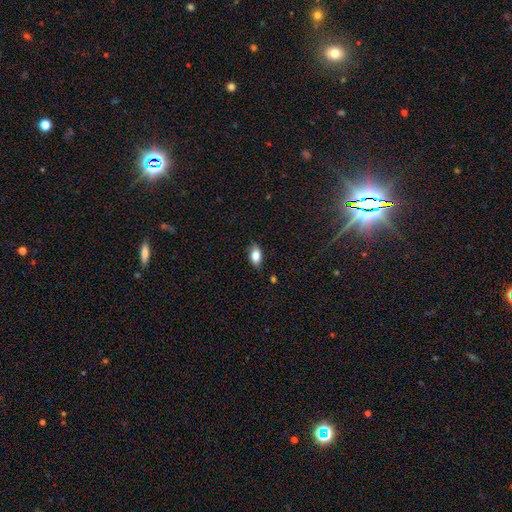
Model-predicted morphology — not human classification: smooth-or-featured: smooth: 79% | featured or disk: 13% | star or artifact: 8%
  how-rounded: in between: 88% | round: 6% | cigar-shaped: 6%
  merging: none: 81% | minor disturbance: 15% | major disturbance: 3% | merger: 1%